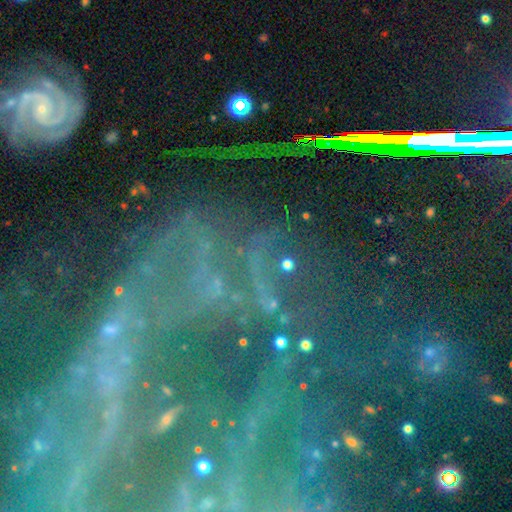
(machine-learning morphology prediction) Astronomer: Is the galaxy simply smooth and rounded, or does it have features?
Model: star or artifact — 56%.